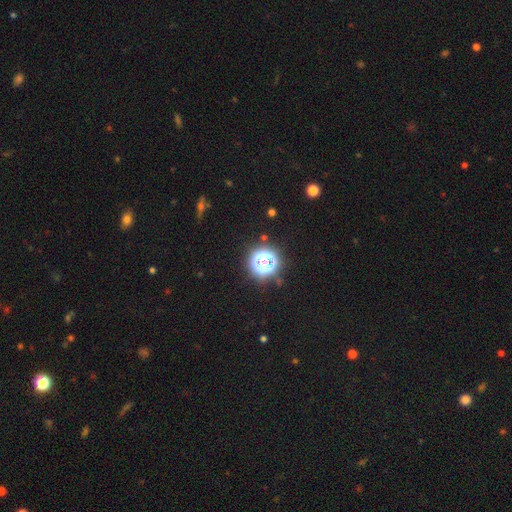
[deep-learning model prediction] Smooth or featured? Predicted: star or artifact (p=0.60).